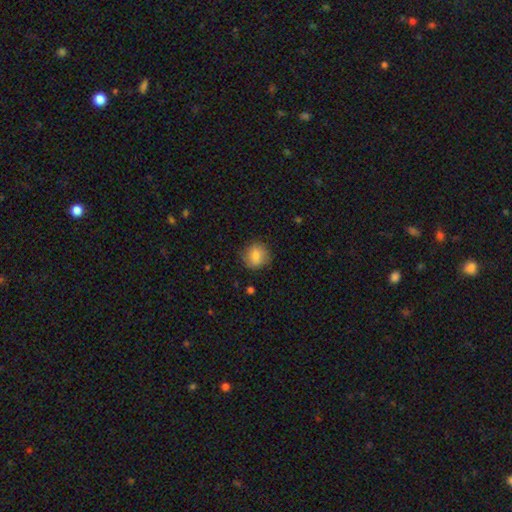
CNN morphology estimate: This appears to be a smooth galaxy with no disk features (81%) that is round (82%). Merging: none (81%).